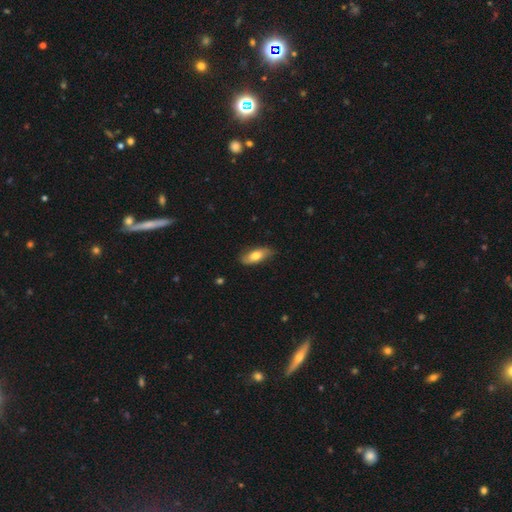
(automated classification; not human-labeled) smooth_or_featured: smooth (p=0.69) [alt: featured or disk p=0.25]
how_rounded: in between (p=0.79) [alt: cigar-shaped p=0.18]
merging: none (p=0.80) [alt: minor disturbance p=0.16]